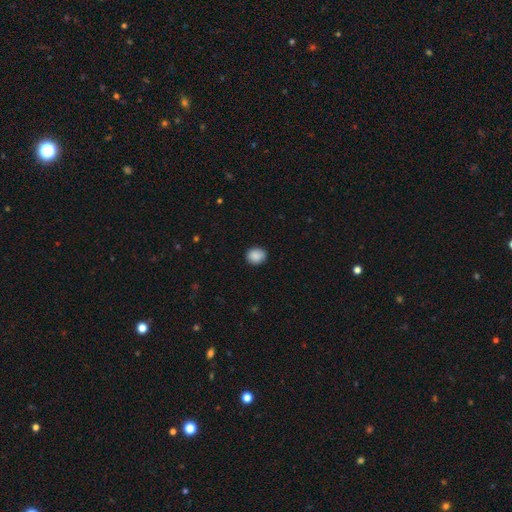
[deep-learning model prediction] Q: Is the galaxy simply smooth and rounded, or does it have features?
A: smooth — 89%.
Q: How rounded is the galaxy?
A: round — 72%.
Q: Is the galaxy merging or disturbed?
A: none — 87%.